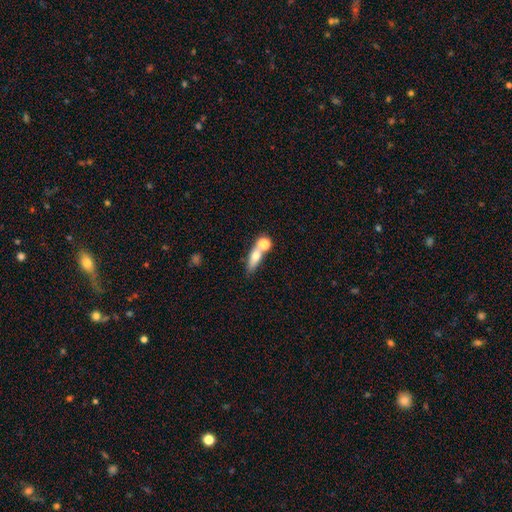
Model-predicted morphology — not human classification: Smooth or featured?
  - smooth: 64% *
  - featured or disk: 26%
  - star or artifact: 10%
How rounded?
  - in between: 45% *
  - cigar-shaped: 35%
  - round: 20%
Merging?
  - merger: 43% *
  - none: 41%
  - minor disturbance: 10%
  - major disturbance: 6%